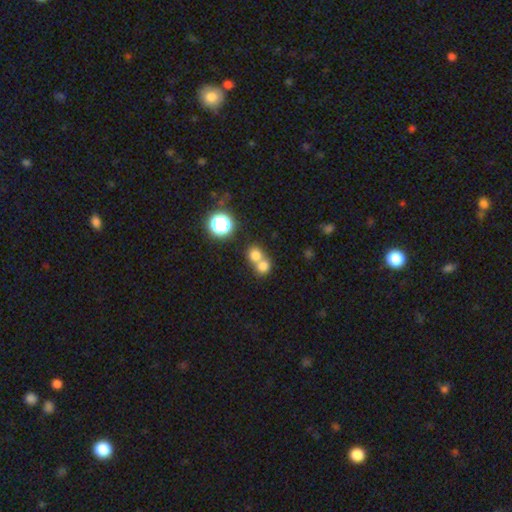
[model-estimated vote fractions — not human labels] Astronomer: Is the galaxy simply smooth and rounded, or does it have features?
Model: smooth — 74%.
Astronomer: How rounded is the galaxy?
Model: round — 81%.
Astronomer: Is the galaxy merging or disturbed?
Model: merger — 56% (runner-up: none, 37%).